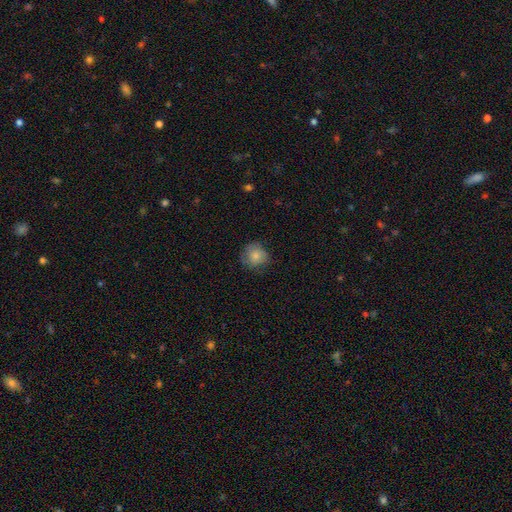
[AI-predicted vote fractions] This is clearly a smooth galaxy (82%). How rounded: clearly round (87%). Merging: likely none (72%).